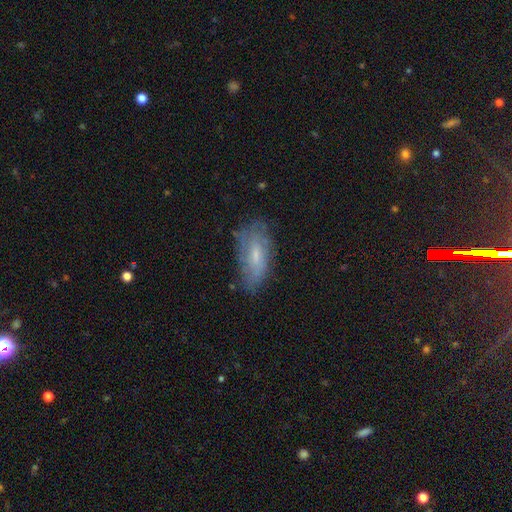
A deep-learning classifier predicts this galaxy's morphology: Smooth or featured: smooth — 49% (featured or disk — 42%)
Merging: none — 68% (minor disturbance — 23%)